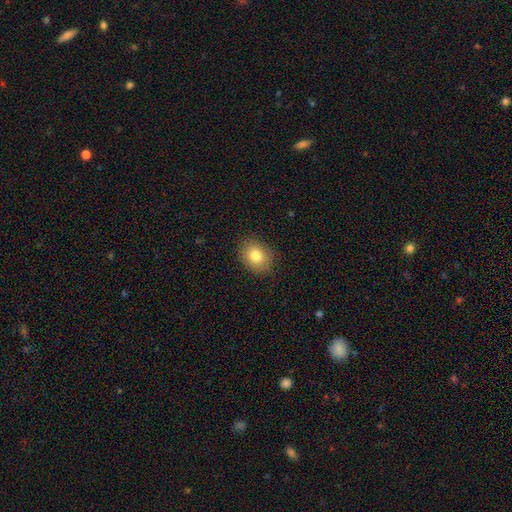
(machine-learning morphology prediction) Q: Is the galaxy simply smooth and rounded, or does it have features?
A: smooth — 80%.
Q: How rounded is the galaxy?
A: in between — 60%.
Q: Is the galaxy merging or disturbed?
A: none — 85%.